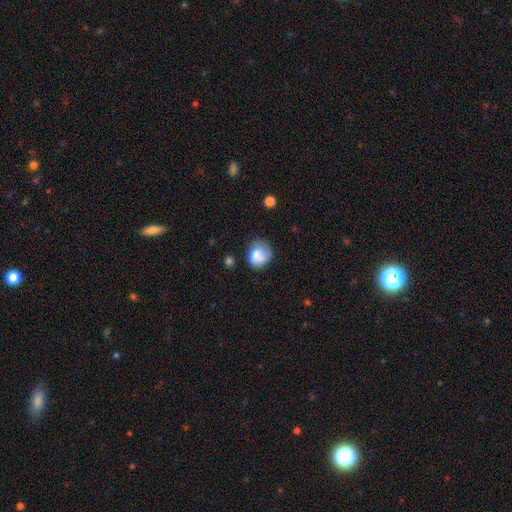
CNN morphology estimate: Smooth or featured: smooth — 78% (featured or disk — 14%)
How rounded: round — 67% (in between — 32%)
Merging: none — 52% (minor disturbance — 30%)